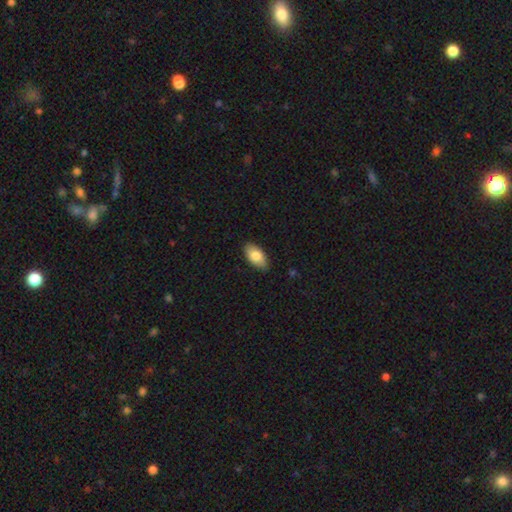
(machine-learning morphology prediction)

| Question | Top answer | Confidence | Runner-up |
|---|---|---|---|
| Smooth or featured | smooth | 81% | featured or disk (13%) |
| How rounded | in between | 94% | cigar-shaped (4%) |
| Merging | none | 87% | minor disturbance (11%) |